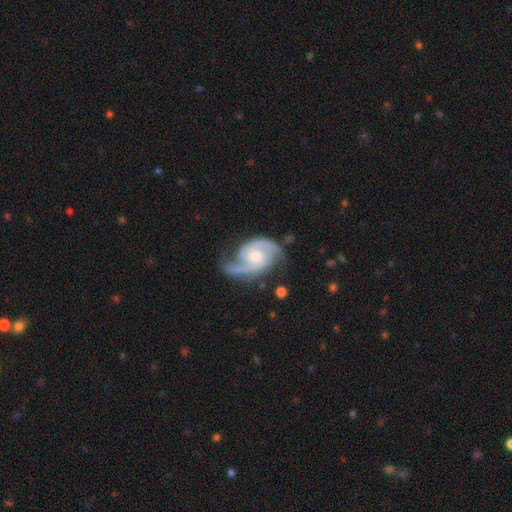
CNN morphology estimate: Overall: featured or disk (91%). Edge-on disk: no (98%). Bar: no (54%; weak 37%). Spiral arms: yes (98%). Spiral arm count: 2 (92%). Spiral winding: medium (56%; tight 23%). Bulge size: moderate (60%; small 31%). Merging: none (71%).